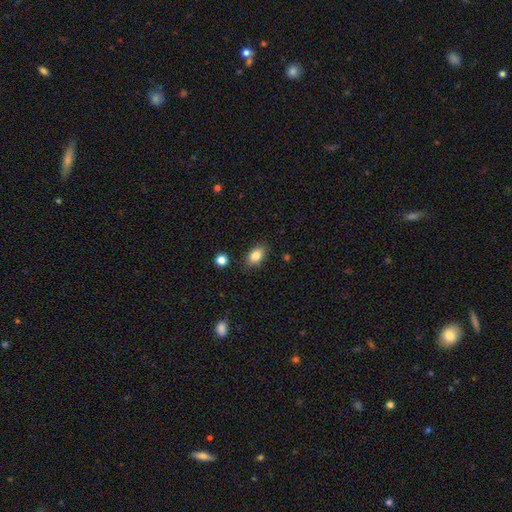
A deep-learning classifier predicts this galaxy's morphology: A smooth galaxy with no disk features (84%) that is in between round and cigar-shaped (86%). Merging: none (84%).